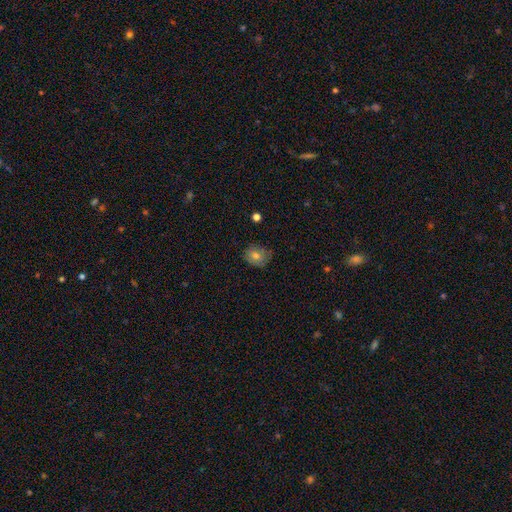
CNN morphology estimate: This appears to be a smooth galaxy with no disk features (70%) that is round (56%). Merging: none (75%).